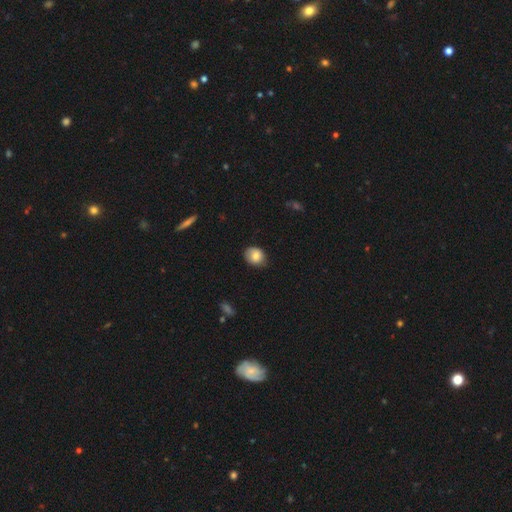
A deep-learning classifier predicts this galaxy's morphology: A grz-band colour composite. It shows a smooth galaxy with no disk features (79%) that is round (57%). Merging: none (72%).